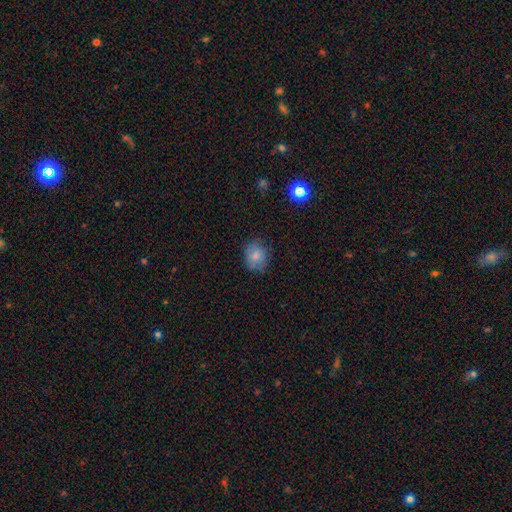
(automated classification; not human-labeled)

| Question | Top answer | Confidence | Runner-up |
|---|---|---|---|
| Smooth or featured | smooth | 81% | featured or disk (10%) |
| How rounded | round | 61% | in between (38%) |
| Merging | none | 77% | minor disturbance (18%) |